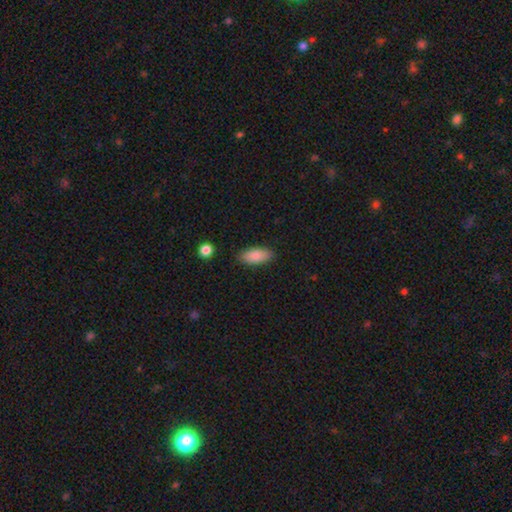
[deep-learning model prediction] Smooth or featured?
  - smooth: 85% *
  - featured or disk: 8%
  - star or artifact: 7%
How rounded?
  - in between: 86% *
  - cigar-shaped: 11%
  - round: 2%
Merging?
  - none: 86% *
  - minor disturbance: 10%
  - major disturbance: 2%
  - merger: 2%